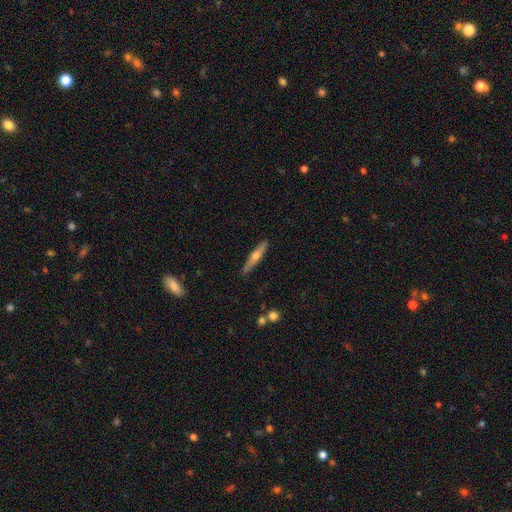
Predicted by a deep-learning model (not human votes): A featured or disk galaxy (55%) viewed edge-on (95%) with a rounded central bulge (88%). Merging: none (89%).